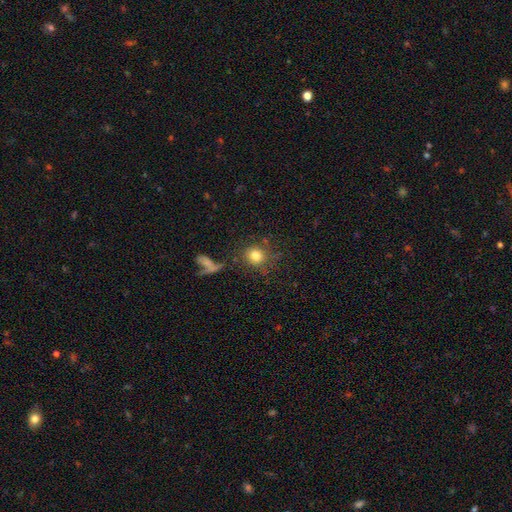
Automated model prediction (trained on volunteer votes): Smooth or featured? smooth (78%)
How rounded? round (86%)
Merging? none (74%)